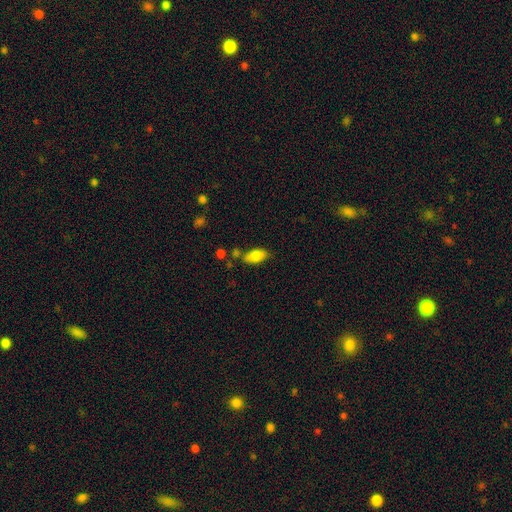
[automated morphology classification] Smooth or featured? Predicted: smooth (p=0.79). How rounded? Predicted: in between (p=0.88). Merging? Predicted: none (p=0.70).